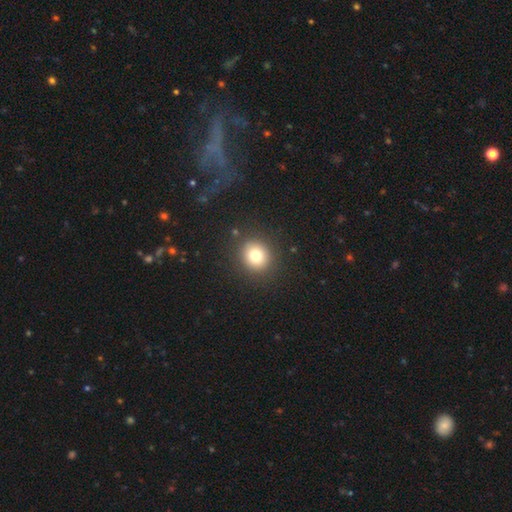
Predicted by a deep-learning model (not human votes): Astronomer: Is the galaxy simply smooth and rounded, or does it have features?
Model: smooth — 79%.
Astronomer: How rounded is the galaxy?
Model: round — 83%.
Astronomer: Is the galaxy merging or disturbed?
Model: none — 89%.